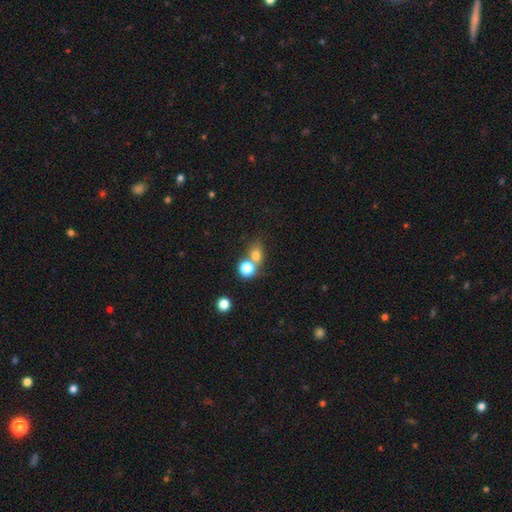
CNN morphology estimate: Smooth or featured: smooth — 74% (star or artifact — 15%)
How rounded: round — 63% (in between — 36%)
Merging: none — 45% (merger — 42%)